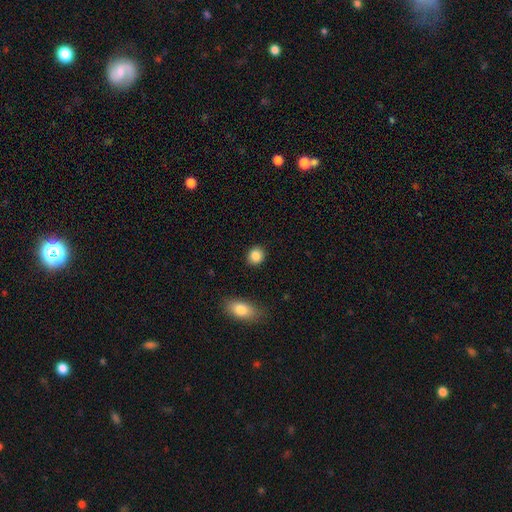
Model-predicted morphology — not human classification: Smooth or featured? smooth (88%)
How rounded? round (73%)
Merging? none (89%)